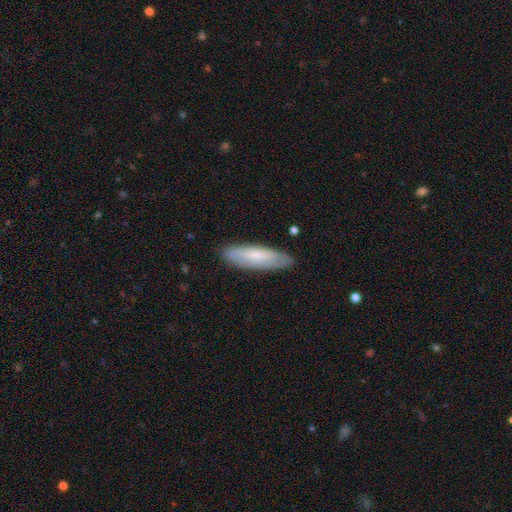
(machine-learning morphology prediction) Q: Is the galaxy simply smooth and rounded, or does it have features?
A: smooth — 64%.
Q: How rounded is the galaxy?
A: cigar-shaped — 63%.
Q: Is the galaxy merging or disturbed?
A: none — 85%.